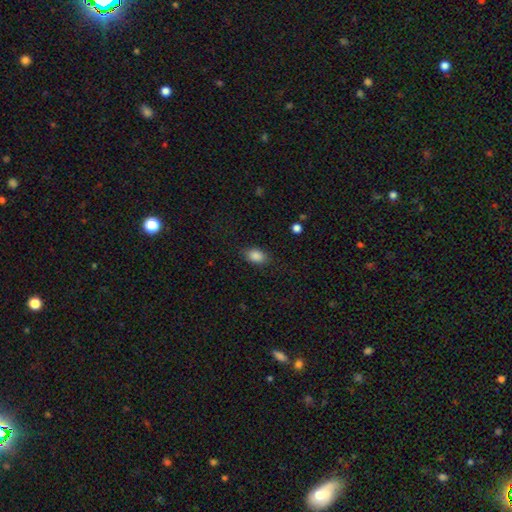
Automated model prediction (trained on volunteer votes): Smooth or featured?
  - smooth: 87% *
  - star or artifact: 9%
  - featured or disk: 5%
How rounded?
  - in between: 84% *
  - round: 14%
  - cigar-shaped: 2%
Merging?
  - none: 83% *
  - minor disturbance: 12%
  - major disturbance: 4%
  - merger: 1%